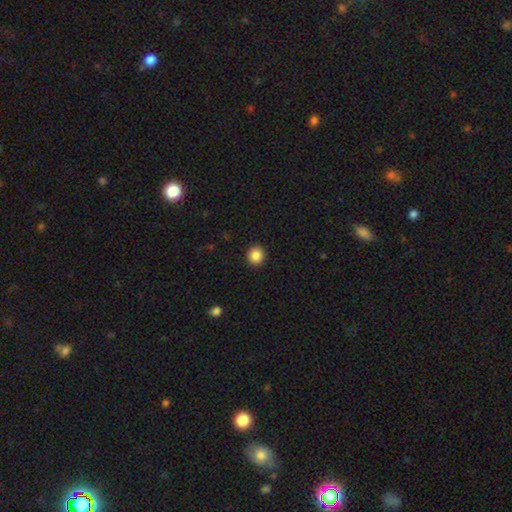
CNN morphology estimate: This appears to be a smooth galaxy with no disk features (87%) that is round (91%). Merging: none (92%).